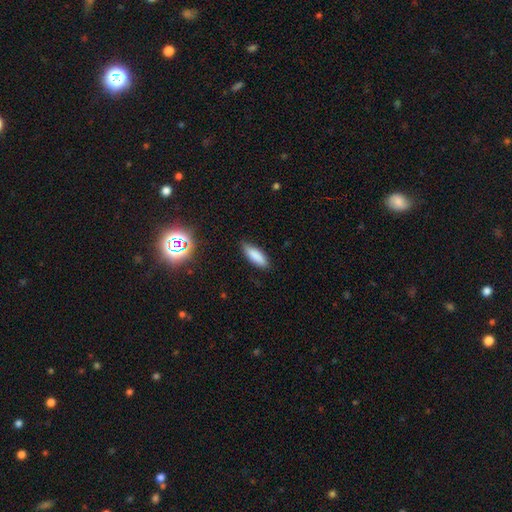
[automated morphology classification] Overall: smooth (85%). How rounded: in between (62%; cigar-shaped 36%). Merging: none (81%).